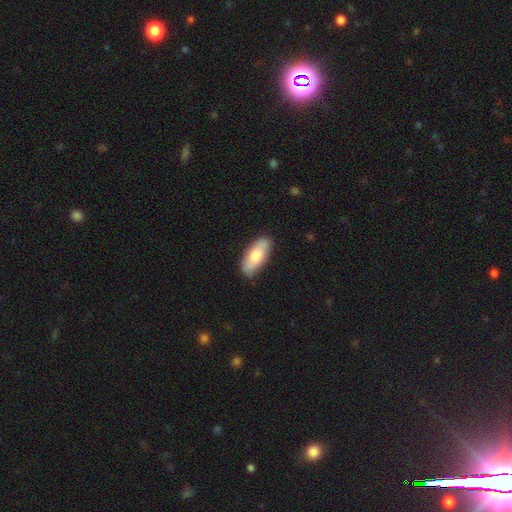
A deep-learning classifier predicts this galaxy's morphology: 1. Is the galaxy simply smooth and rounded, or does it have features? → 74% smooth, 21% featured or disk, 5% star or artifact.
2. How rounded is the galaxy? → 82% in between, 16% cigar-shaped, 2% round.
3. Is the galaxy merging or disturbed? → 85% none, 12% minor disturbance, 2% major disturbance, 1% merger.